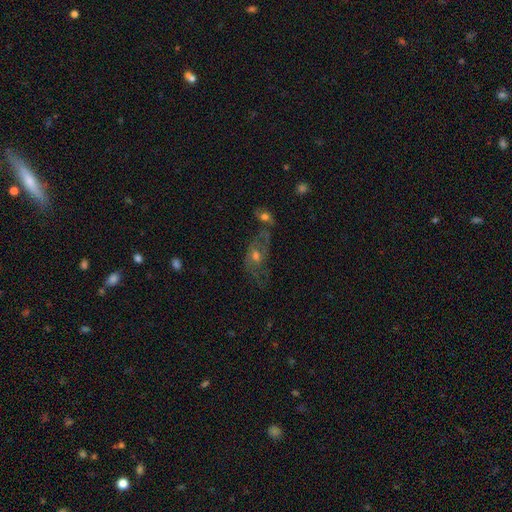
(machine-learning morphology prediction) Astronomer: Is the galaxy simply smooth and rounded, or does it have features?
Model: featured or disk — 61%.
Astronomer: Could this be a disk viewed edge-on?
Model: no — 91%.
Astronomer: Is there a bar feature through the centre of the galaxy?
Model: no — 72%.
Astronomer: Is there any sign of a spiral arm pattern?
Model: yes — 70%.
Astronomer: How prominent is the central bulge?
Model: moderate — 64%.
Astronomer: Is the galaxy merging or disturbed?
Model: none — 43% (runner-up: minor disturbance, 20%).